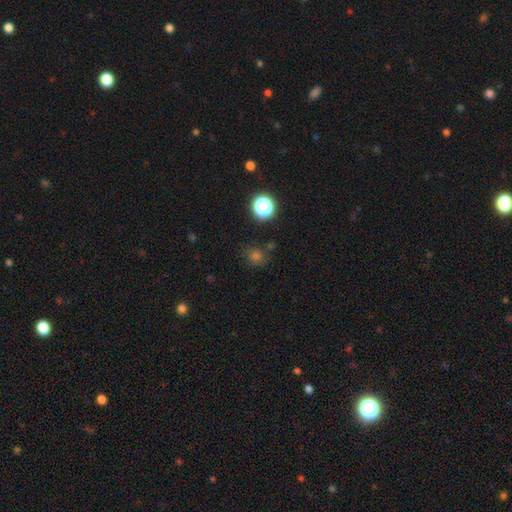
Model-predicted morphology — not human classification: Smooth or featured: smooth — 62% (star or artifact — 31%)
How rounded: round — 85% (in between — 14%)
Merging: none — 79% (minor disturbance — 12%)